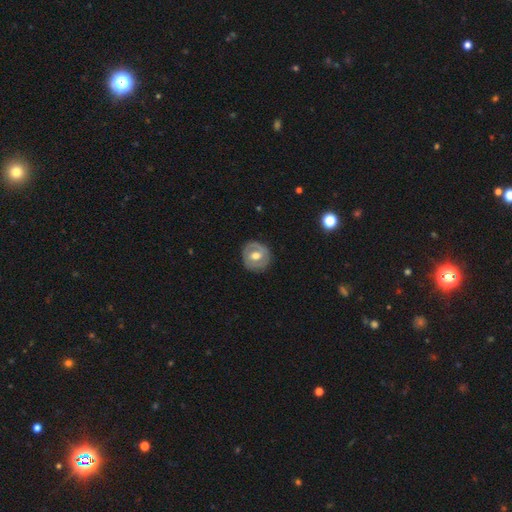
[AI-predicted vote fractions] Smooth or featured?
  - featured or disk: 57% *
  - smooth: 38%
  - star or artifact: 6%
Edge-on disk?
  - no: 96% *
  - yes: 4%
Bar?
  - no: 43% *
  - weak: 42%
  - strong: 15%
Spiral arms?
  - no: 57% *
  - yes: 43%
Bulge size?
  - moderate: 77% *
  - large: 13%
  - small: 7%
  - none: 1%
  - dominant: 1%
Merging?
  - none: 84% *
  - minor disturbance: 11%
  - major disturbance: 3%
  - merger: 1%